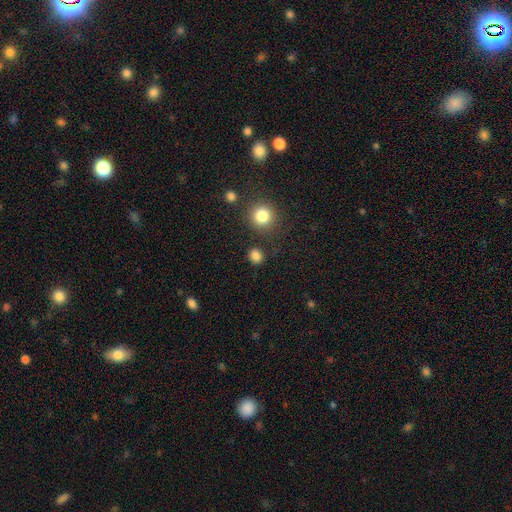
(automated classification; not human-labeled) Q: Smooth or featured?
A: smooth (83%); runner-up: star or artifact (13%)
Q: How rounded?
A: round (82%); runner-up: in between (17%)
Q: Merging?
A: none (85%); runner-up: minor disturbance (8%)